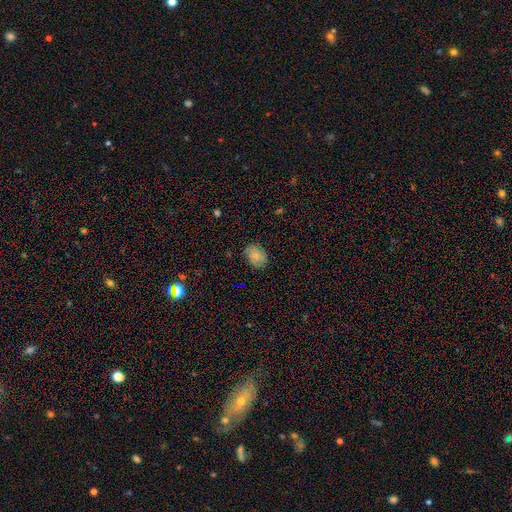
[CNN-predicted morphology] type=smooth (82%); roundness=in between (63%); merging=none (81%).